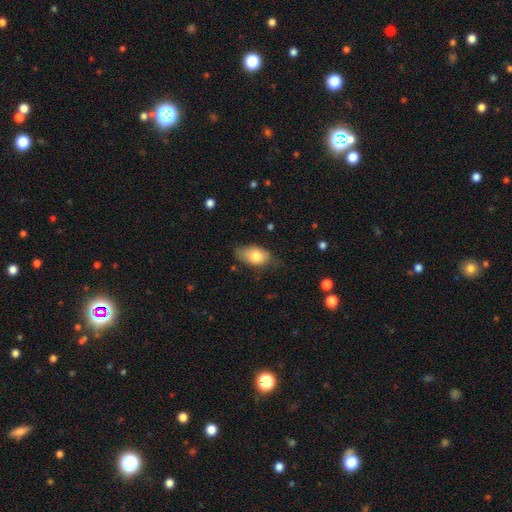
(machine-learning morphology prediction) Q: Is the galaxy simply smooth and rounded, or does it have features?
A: smooth — 78%.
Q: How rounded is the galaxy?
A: in between — 91%.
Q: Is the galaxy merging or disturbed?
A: none — 62%.